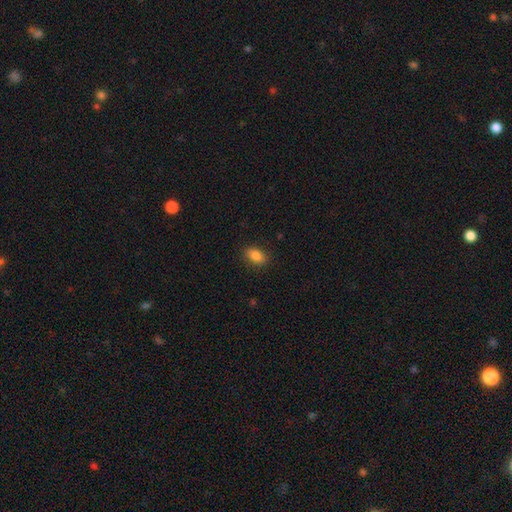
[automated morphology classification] smooth 85%, star or artifact 9%, featured or disk 6%. Down the decision tree: how rounded — in between (87%); merging — none (86%).